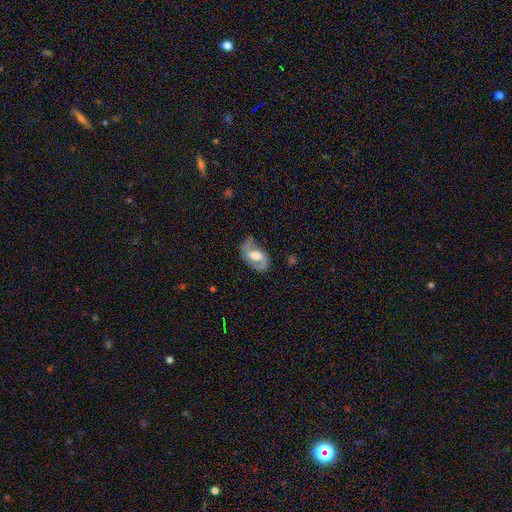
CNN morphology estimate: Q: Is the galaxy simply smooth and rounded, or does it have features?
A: featured or disk — 79%.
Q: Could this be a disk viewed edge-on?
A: no — 97%.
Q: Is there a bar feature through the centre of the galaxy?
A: weak — 47%.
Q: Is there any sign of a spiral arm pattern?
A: yes — 91%.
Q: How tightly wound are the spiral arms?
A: medium — 47%.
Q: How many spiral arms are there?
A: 2 — 85%.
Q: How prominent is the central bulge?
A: moderate — 64%.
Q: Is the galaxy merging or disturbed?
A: none — 65%.